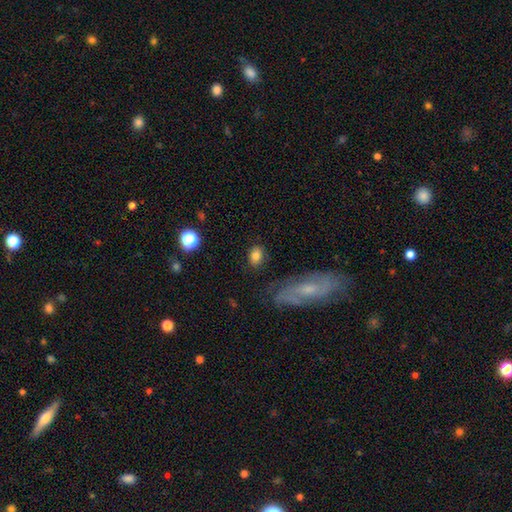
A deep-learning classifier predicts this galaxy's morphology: Smooth or featured? smooth (82%)
How rounded? in between (75%)
Merging? none (82%)